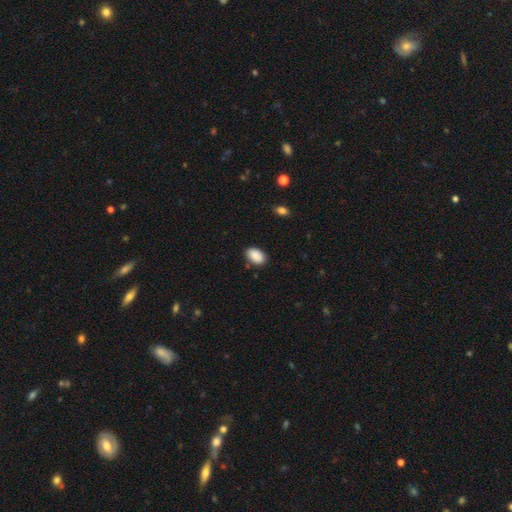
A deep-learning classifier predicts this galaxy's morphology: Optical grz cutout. It shows a smooth galaxy with no disk features (90%) that is in between round and cigar-shaped (91%). Merging: none (84%).